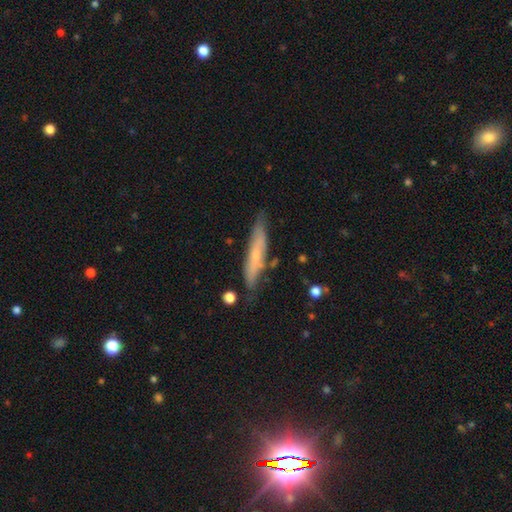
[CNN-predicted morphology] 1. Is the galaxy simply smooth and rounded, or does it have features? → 49% smooth, 45% featured or disk, 7% star or artifact.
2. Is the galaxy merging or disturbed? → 74% none, 19% minor disturbance, 4% major disturbance, 4% merger.